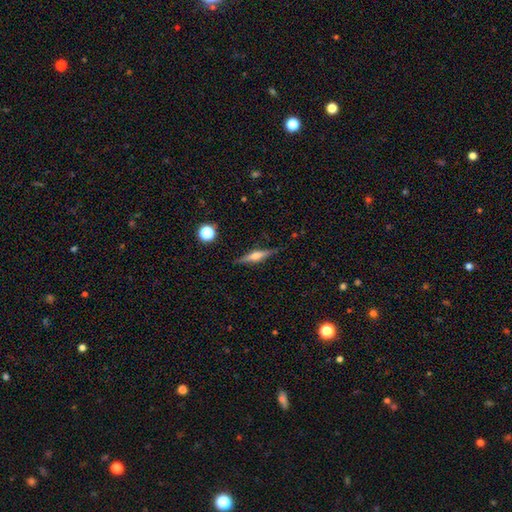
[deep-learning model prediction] The model was most divided on "smooth or featured": featured or disk: 66%, smooth: 27%, star or artifact: 7%. More confident: edge-on disk — yes (97%); merging — none (87%); edge-on bulge — rounded (85%).